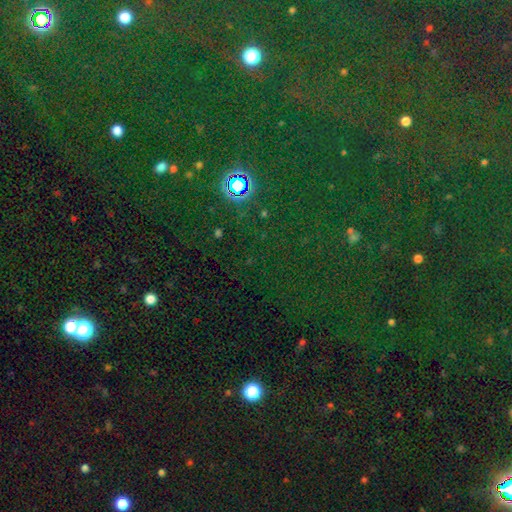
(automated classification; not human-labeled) The model was most divided on "smooth or featured": star or artifact: 79%, smooth: 13%, featured or disk: 8%.